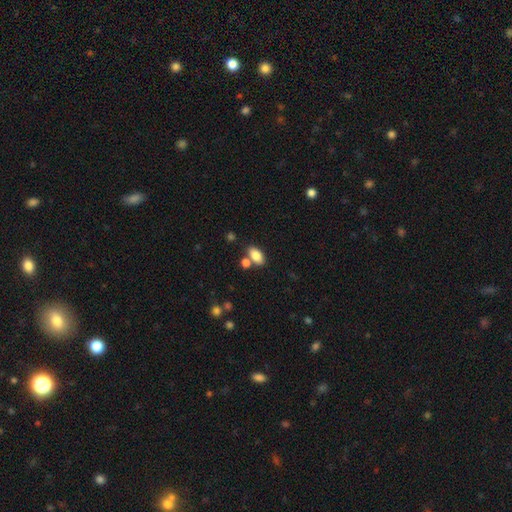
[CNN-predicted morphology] Smooth or featured: smooth — 84% (star or artifact — 8%)
How rounded: in between — 91% (round — 6%)
Merging: none — 65% (merger — 21%)